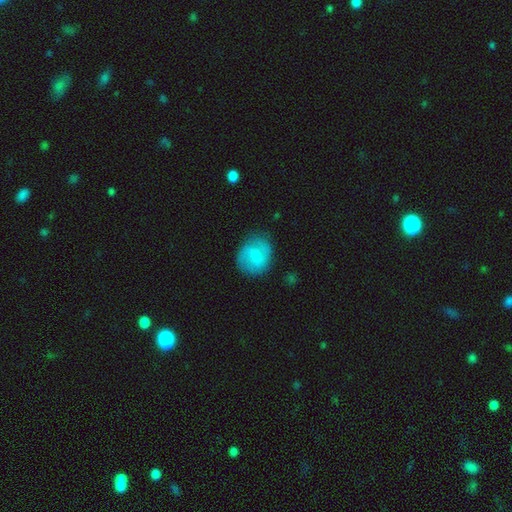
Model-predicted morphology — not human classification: Overall: featured or disk (51%; smooth 42%). Edge-on disk: no (98%). Merging: none (74%).